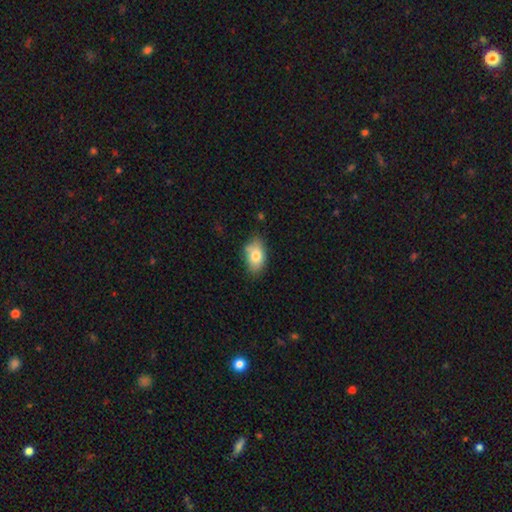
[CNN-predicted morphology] This appears to be a smooth galaxy with no disk features (78%) that is in between round and cigar-shaped (89%). Merging: none (72%).